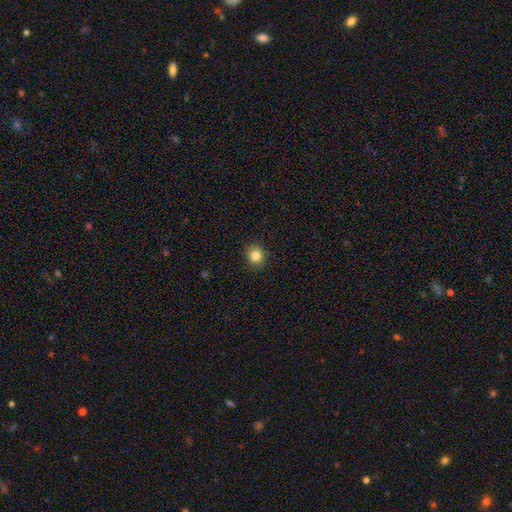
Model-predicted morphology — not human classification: This appears to be a smooth galaxy with no disk features (84%) that is round (87%). Merging: none (92%).